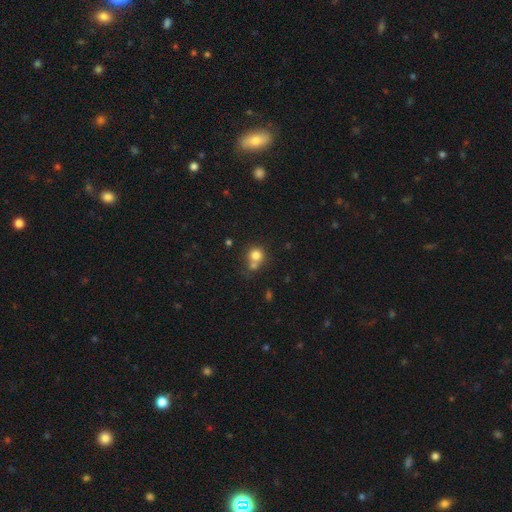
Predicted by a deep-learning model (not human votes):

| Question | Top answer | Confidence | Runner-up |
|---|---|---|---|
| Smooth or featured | smooth | 79% | star or artifact (12%) |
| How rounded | round | 87% | in between (12%) |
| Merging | none | 46% | merger (40%) |